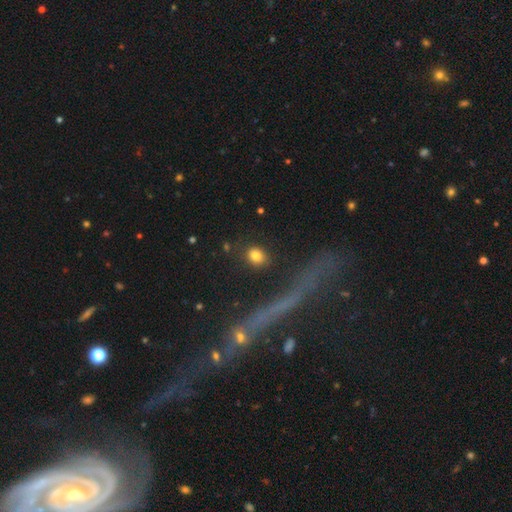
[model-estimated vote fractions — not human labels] This appears to be a smooth galaxy with no disk features (82%) that is round (61%). Merging: none (85%).